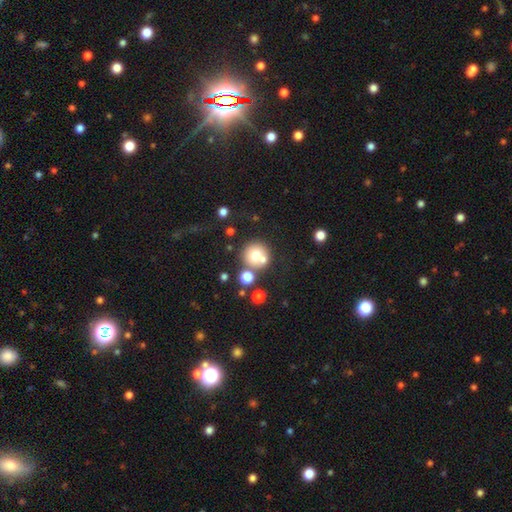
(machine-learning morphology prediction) Smooth or featured?
  - smooth: 69% *
  - featured or disk: 19%
  - star or artifact: 13%
How rounded?
  - round: 93% *
  - in between: 6%
  - cigar-shaped: 1%
Merging?
  - none: 61% *
  - merger: 27%
  - minor disturbance: 9%
  - major disturbance: 4%